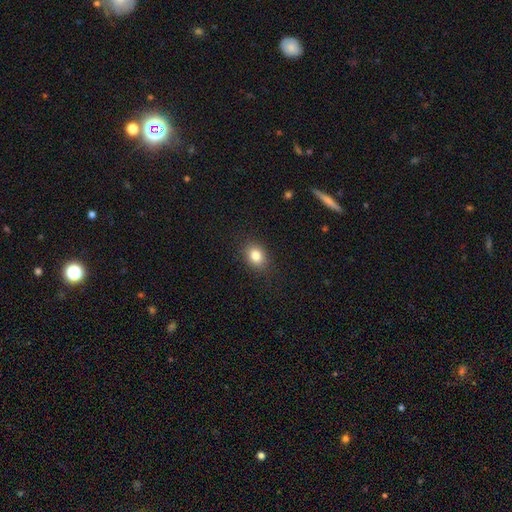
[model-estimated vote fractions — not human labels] Smooth or featured: smooth — 83% (star or artifact — 10%)
How rounded: in between — 60% (round — 39%)
Merging: none — 88% (minor disturbance — 9%)